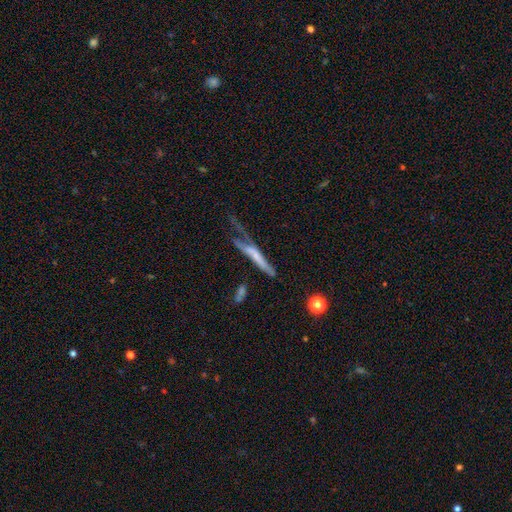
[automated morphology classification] A featured or disk galaxy (49%).

Vote fractions:
- Smooth or featured? featured or disk: 49% / smooth: 42% / star or artifact: 9%
- Merging? major disturbance: 44% / none: 24% / minor disturbance: 19% / merger: 12%